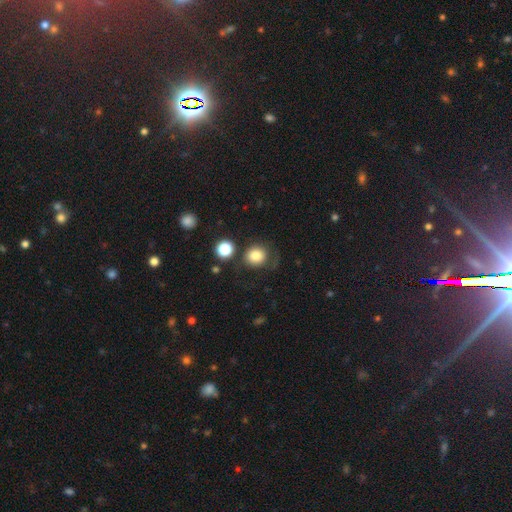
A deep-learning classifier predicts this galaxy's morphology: Smooth or featured? Predicted: smooth (p=0.81). How rounded? Predicted: round (p=0.84). Merging? Predicted: none (p=0.65).